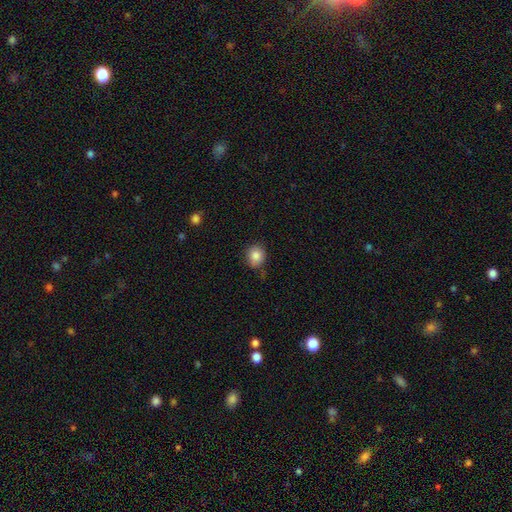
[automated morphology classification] This appears to be a smooth galaxy with no disk features (85%) that is round (78%). Merging: none (77%).